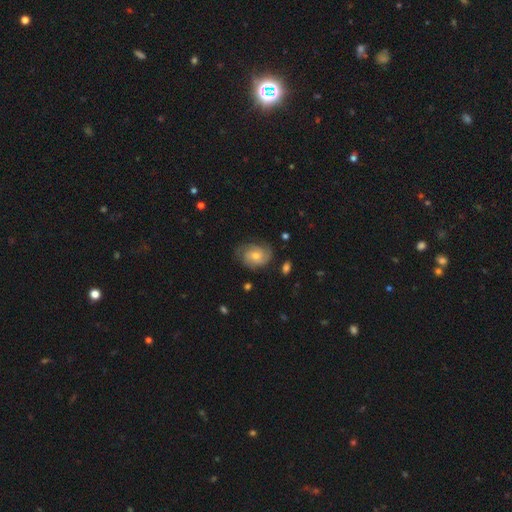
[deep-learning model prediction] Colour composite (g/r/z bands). It shows a featured or disk galaxy (47%). Merging: none (63%).